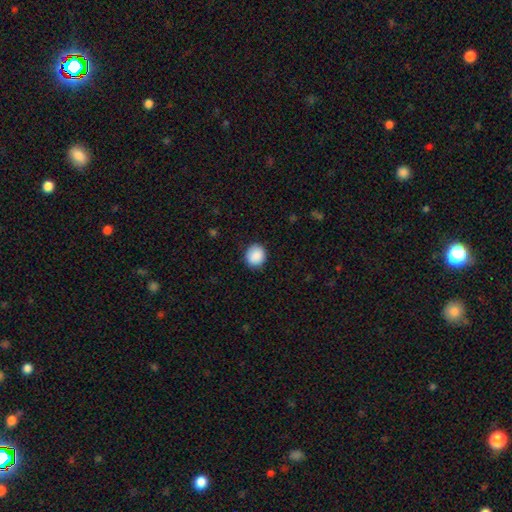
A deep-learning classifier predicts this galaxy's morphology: Overall: smooth (90%). How rounded: round (86%). Merging: none (88%).